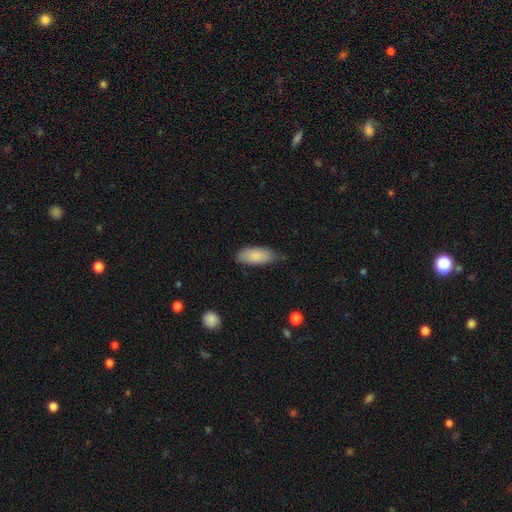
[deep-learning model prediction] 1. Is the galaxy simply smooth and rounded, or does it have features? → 87% smooth, 7% featured or disk, 6% star or artifact.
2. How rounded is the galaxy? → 81% in between, 17% cigar-shaped, 2% round.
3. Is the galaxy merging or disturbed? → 69% none, 26% minor disturbance, 4% major disturbance, 2% merger.